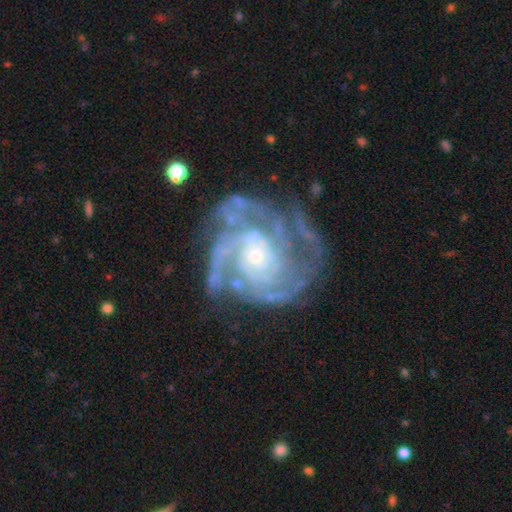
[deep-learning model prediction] A featured or disk galaxy (91%) with no bar (73%), 3 (25%) tight (67%) spiral arms (98%) and a small central bulge (71%). Merging: none (66%).